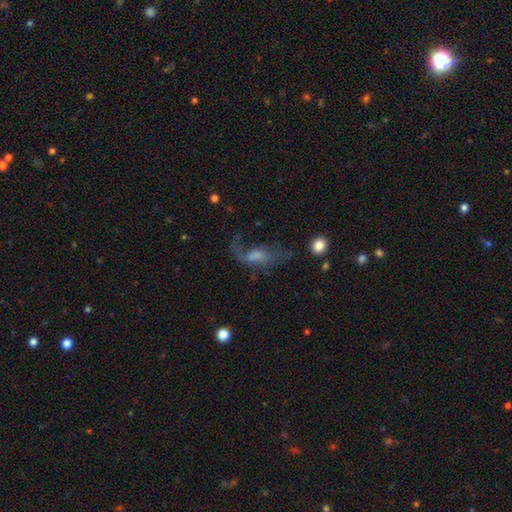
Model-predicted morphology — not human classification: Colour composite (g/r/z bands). It shows a featured or disk galaxy (57%) with no bar (62%), spiral arms (68%) and a small central bulge (36%). Merging: major disturbance (44%).